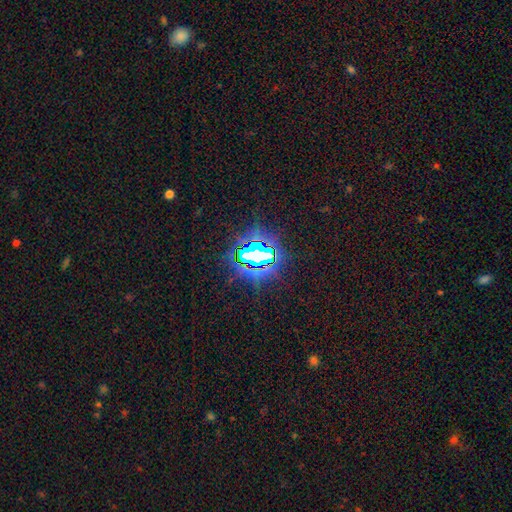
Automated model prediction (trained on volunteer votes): A star or artifact, not a galaxy (74%).

Vote fractions:
- Smooth or featured? star or artifact: 74% / smooth: 15% / featured or disk: 11%